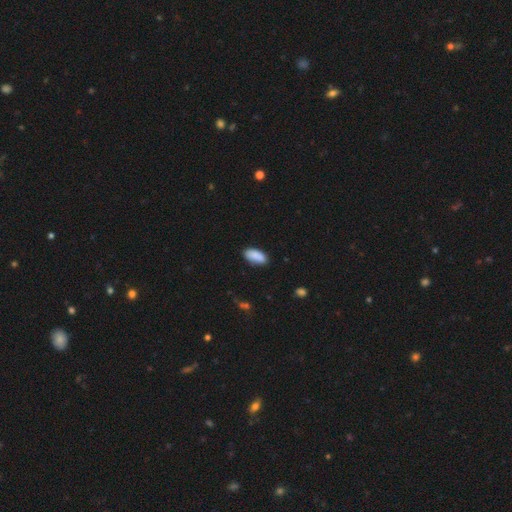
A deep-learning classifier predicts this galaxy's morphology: Overall: smooth (89%). How rounded: in between (89%). Merging: none (83%).